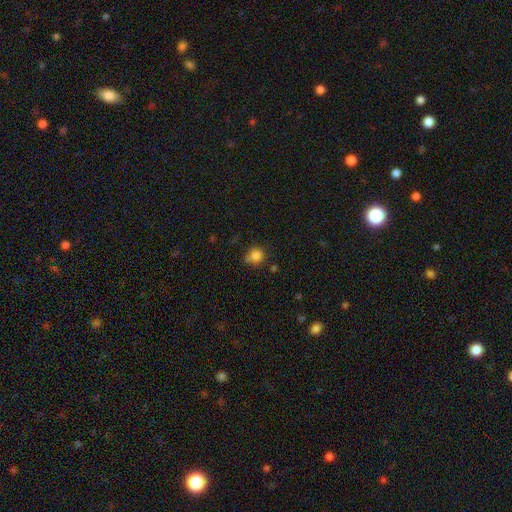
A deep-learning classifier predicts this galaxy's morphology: Smooth or featured: smooth — 82% (star or artifact — 11%)
How rounded: round — 86% (in between — 13%)
Merging: none — 63% (minor disturbance — 22%)